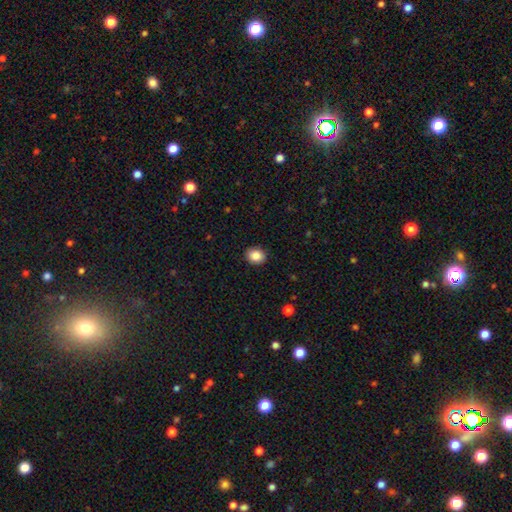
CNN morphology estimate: Smooth or featured? smooth (87%)
How rounded? round (54%)
Merging? none (90%)